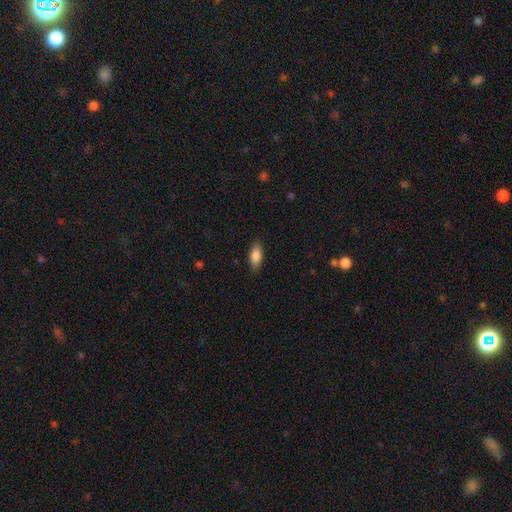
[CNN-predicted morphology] The model was most divided on "how rounded": in between: 84%, cigar-shaped: 13%, round: 3%. More confident: merging — none (86%); smooth or featured — smooth (85%).